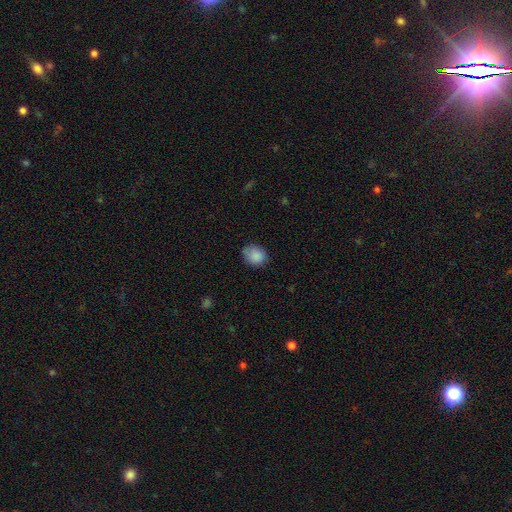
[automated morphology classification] The model was most divided on "how rounded": in between: 50%, round: 49%, cigar-shaped: 1%. More confident: smooth or featured — smooth (86%); merging — none (66%).